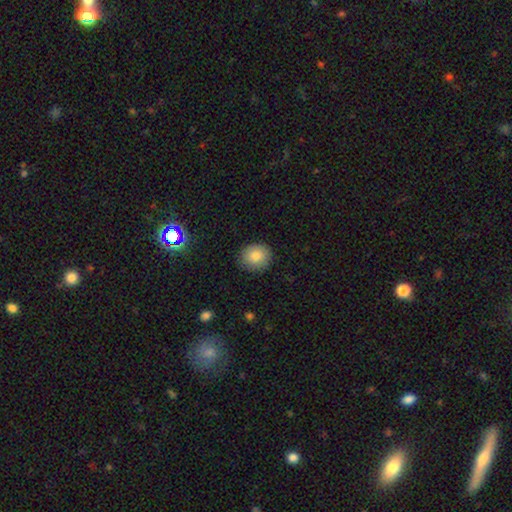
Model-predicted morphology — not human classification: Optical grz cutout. It shows a smooth galaxy with no disk features (82%) that is round (77%). Merging: none (86%).